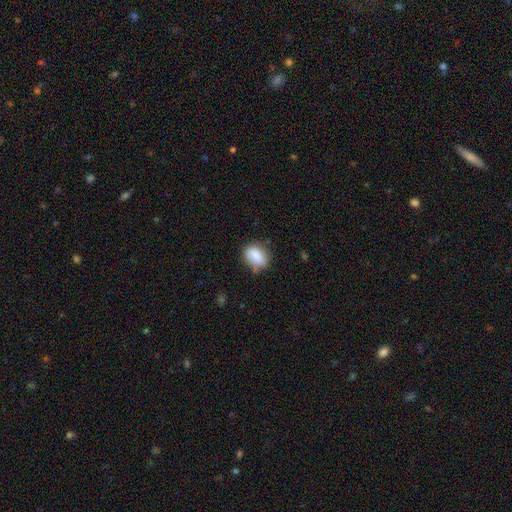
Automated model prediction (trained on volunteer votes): Morphology: type=smooth (80%); roundness=in between (62%); merging=none (71%).